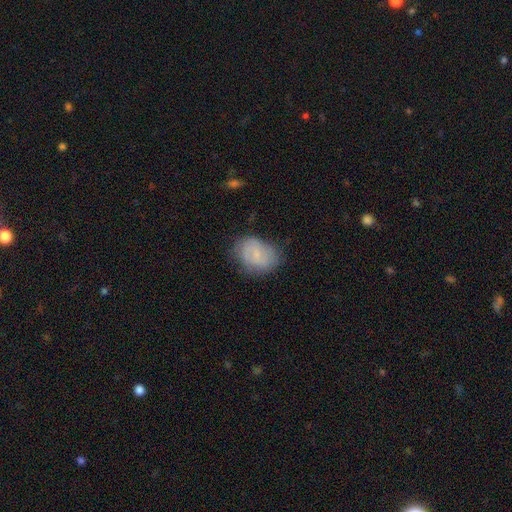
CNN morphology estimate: Smooth or featured: smooth — 56% (featured or disk — 35%)
How rounded: in between — 62% (round — 36%)
Merging: none — 67% (minor disturbance — 24%)